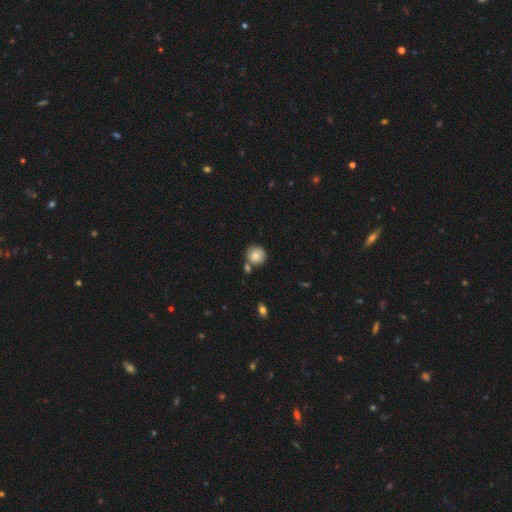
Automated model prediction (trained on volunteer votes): smooth 84%, featured or disk 9%, star or artifact 8%. Down the decision tree: how rounded — round (91%); merging — none (68%).